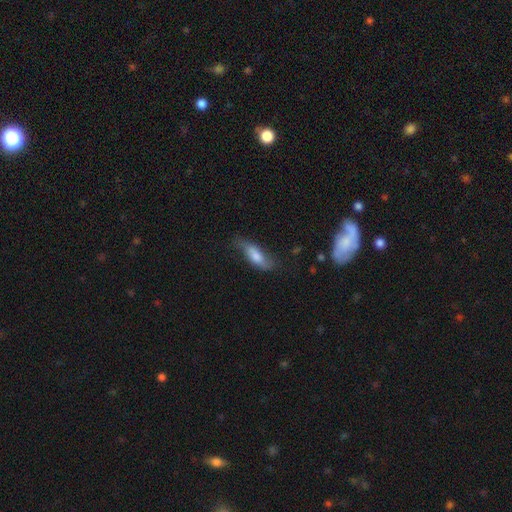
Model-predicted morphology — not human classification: smooth-or-featured: smooth: 63% | featured or disk: 30% | star or artifact: 8%
  how-rounded: in between: 62% | cigar-shaped: 35% | round: 3%
  merging: none: 53% | minor disturbance: 32% | major disturbance: 13% | merger: 2%